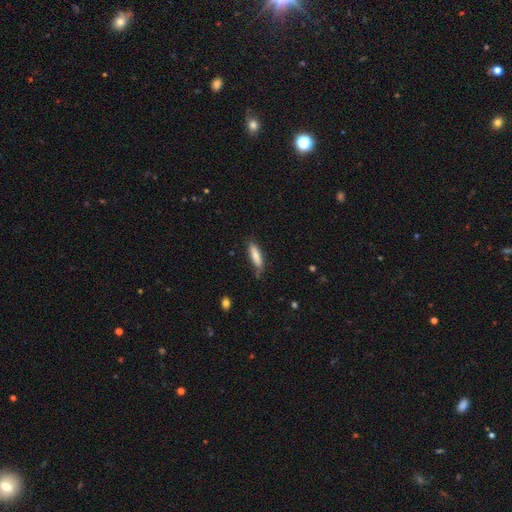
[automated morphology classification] Q: Smooth or featured?
A: smooth (81%); runner-up: featured or disk (12%)
Q: How rounded?
A: cigar-shaped (64%); runner-up: in between (35%)
Q: Merging?
A: none (68%); runner-up: minor disturbance (24%)